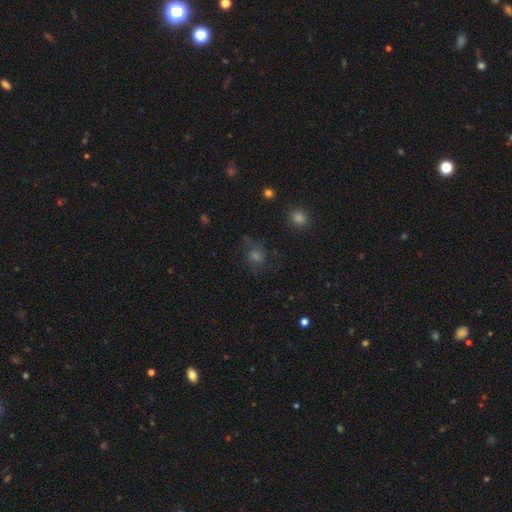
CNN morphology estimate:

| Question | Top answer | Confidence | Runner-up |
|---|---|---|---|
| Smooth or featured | smooth | 36% | star or artifact (33%) |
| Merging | none | 67% | minor disturbance (16%) |